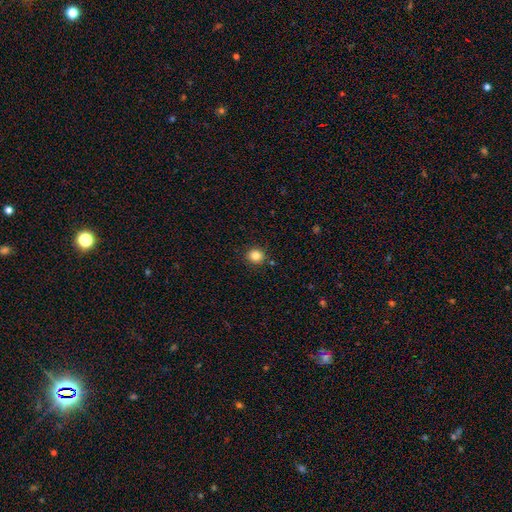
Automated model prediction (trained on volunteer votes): This is clearly a smooth galaxy (83%). How rounded: clearly round (84%). Merging: clearly none (88%).